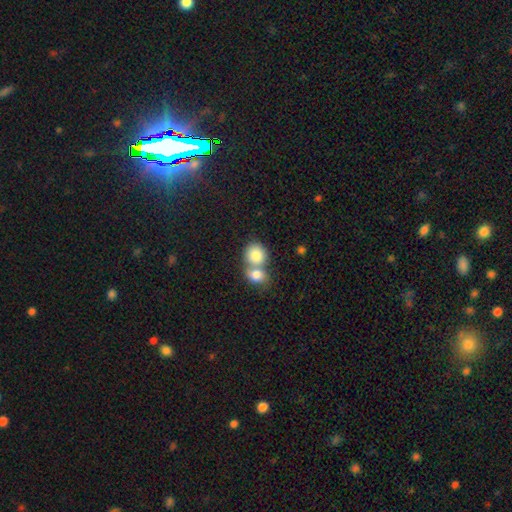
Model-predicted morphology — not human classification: Smooth or featured?
  - smooth: 81% *
  - featured or disk: 11%
  - star or artifact: 8%
How rounded?
  - round: 72% *
  - in between: 26%
  - cigar-shaped: 1%
Merging?
  - merger: 62% *
  - none: 29%
  - minor disturbance: 6%
  - major disturbance: 2%